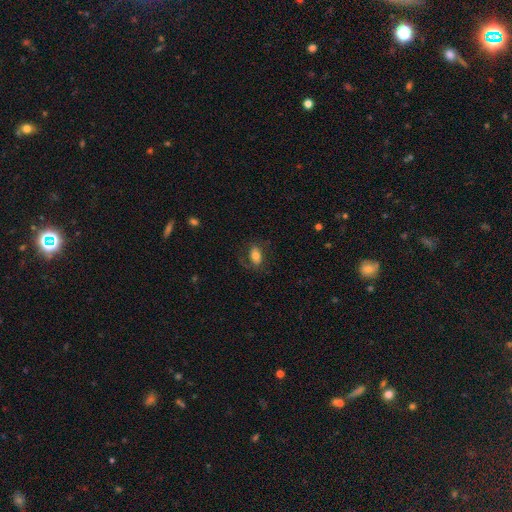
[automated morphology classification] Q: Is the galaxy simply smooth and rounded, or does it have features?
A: smooth — 69%.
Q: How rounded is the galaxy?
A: in between — 88%.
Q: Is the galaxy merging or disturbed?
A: none — 68%.